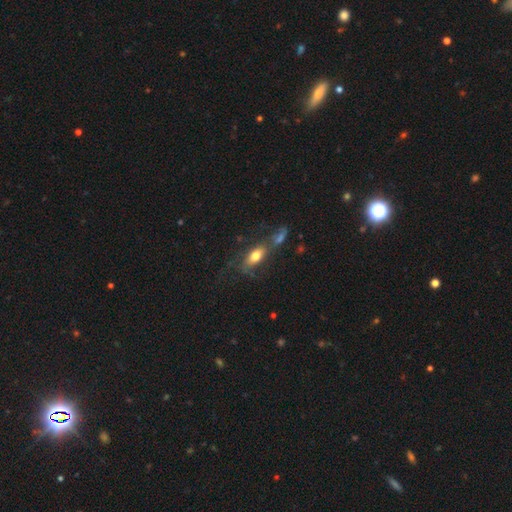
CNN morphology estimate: This appears to be a smooth galaxy with no disk features (64%) that is in between round and cigar-shaped (79%). Merging: none (44%).